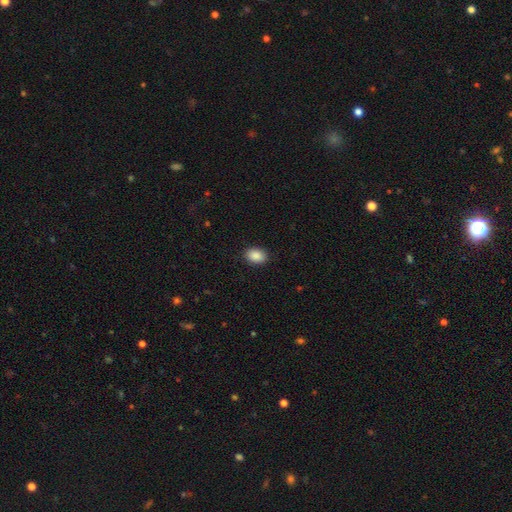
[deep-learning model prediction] smooth_or_featured: smooth (p=0.90) [alt: star or artifact p=0.08]
how_rounded: in between (p=0.79) [alt: round p=0.20]
merging: none (p=0.90) [alt: minor disturbance p=0.07]